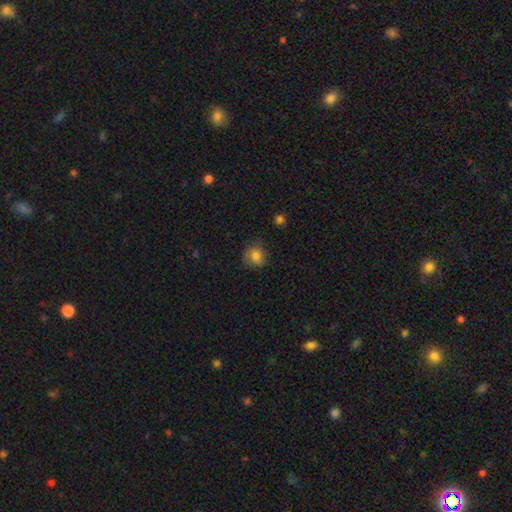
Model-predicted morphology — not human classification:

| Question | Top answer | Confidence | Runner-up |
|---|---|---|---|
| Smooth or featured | smooth | 81% | star or artifact (11%) |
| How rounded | round | 81% | in between (18%) |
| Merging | none | 77% | minor disturbance (18%) |